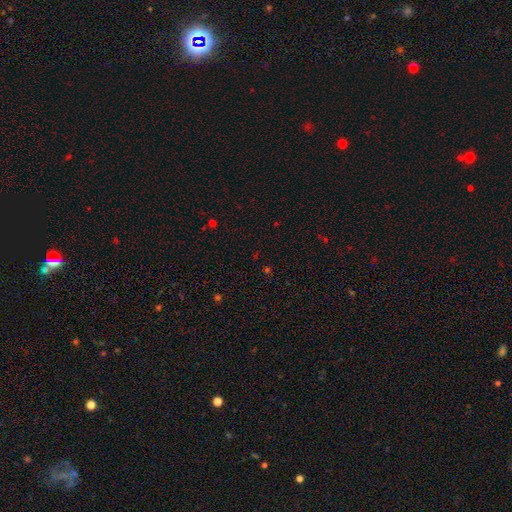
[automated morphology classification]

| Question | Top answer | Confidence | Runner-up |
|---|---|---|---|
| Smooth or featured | star or artifact | 60% | smooth (33%) |